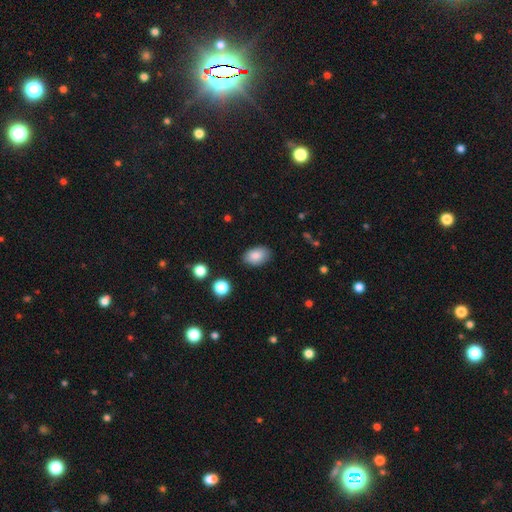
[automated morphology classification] smooth 86%, star or artifact 8%, featured or disk 7%. Down the decision tree: how rounded — in between (89%); merging — none (84%).